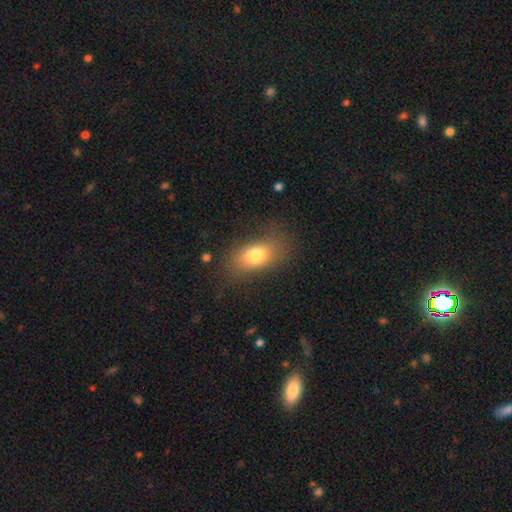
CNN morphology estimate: Smooth or featured: smooth — 77% (featured or disk — 14%)
How rounded: in between — 84% (round — 12%)
Merging: none — 77% (minor disturbance — 15%)